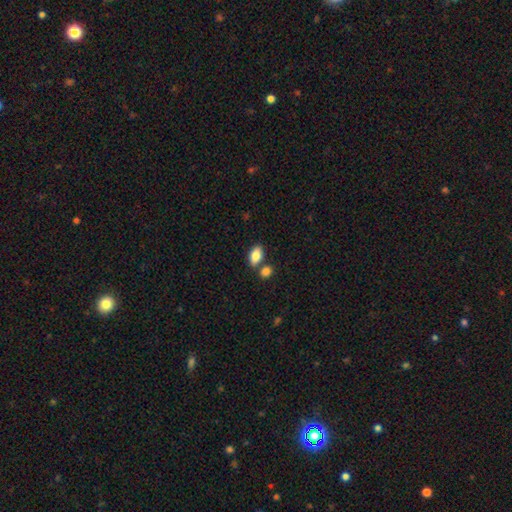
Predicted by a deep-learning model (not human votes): This appears to be a smooth galaxy with no disk features (85%) that is in between round and cigar-shaped (91%). Merging: none (66%).